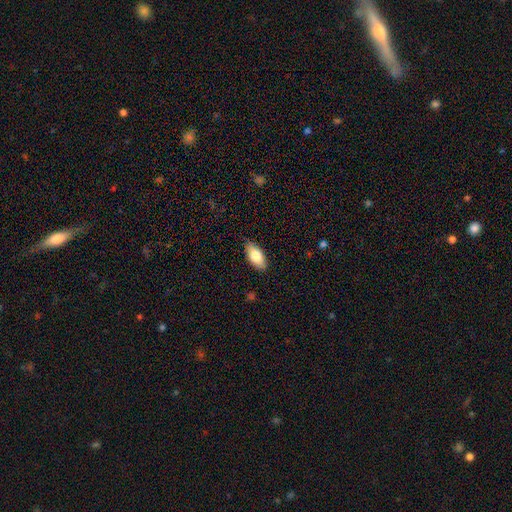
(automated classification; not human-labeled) Smooth or featured? smooth (82%)
How rounded? in between (90%)
Merging? none (86%)